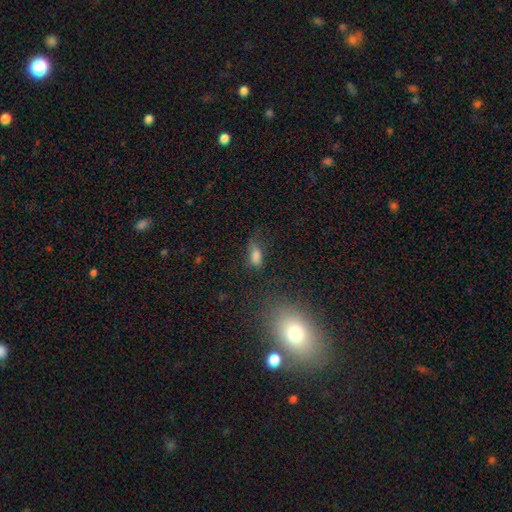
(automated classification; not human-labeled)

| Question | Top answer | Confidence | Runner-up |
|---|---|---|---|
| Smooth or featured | smooth | 75% | star or artifact (16%) |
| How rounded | in between | 80% | cigar-shaped (12%) |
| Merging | none | 57% | minor disturbance (26%) |